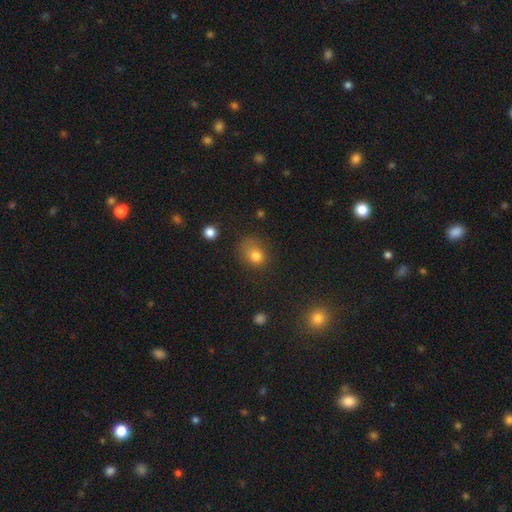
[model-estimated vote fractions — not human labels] Smooth or featured? Predicted: smooth (p=0.77). How rounded? Predicted: round (p=0.58). Merging? Predicted: none (p=0.57).